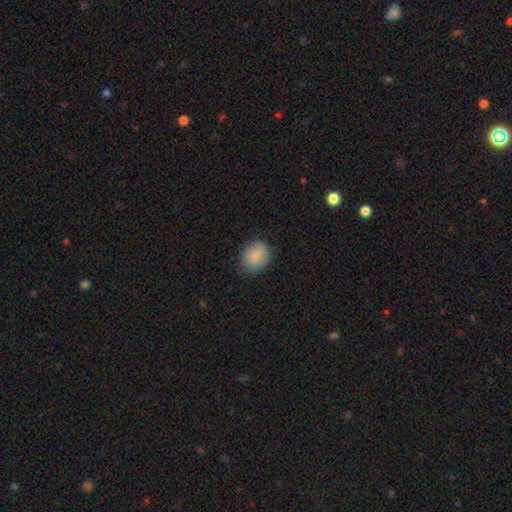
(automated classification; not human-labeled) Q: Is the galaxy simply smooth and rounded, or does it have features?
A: smooth — 84%.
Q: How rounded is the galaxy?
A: round — 64%.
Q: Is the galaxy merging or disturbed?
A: none — 77%.